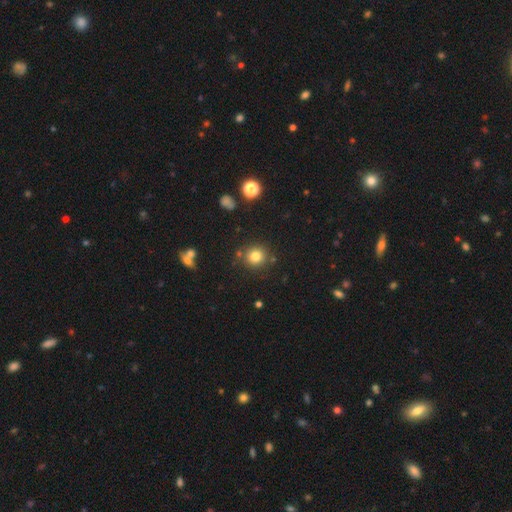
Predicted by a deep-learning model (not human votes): Q: Smooth or featured?
A: smooth (80%); runner-up: star or artifact (13%)
Q: How rounded?
A: round (90%); runner-up: in between (9%)
Q: Merging?
A: none (83%); runner-up: minor disturbance (9%)